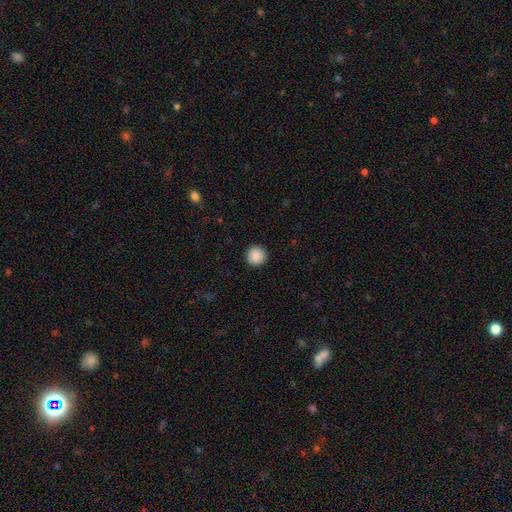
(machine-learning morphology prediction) Smooth or featured?
  - smooth: 89% *
  - star or artifact: 8%
  - featured or disk: 3%
How rounded?
  - round: 95% *
  - in between: 4%
  - cigar-shaped: 1%
Merging?
  - none: 92% *
  - minor disturbance: 5%
  - major disturbance: 2%
  - merger: 1%